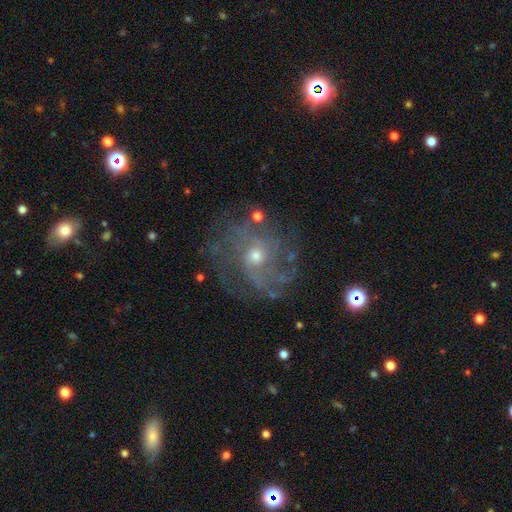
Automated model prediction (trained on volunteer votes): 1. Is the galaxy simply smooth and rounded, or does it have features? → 71% featured or disk, 17% star or artifact, 12% smooth.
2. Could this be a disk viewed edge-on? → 96% no, 4% yes.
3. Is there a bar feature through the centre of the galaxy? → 62% no, 30% weak, 8% strong.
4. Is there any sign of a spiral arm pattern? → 90% yes, 10% no.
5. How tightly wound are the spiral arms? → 57% tight, 32% medium, 11% loose.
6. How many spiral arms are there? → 41% can't tell, 20% 2, 16% 3, 10% 4, 7% 1, 7% more than 4.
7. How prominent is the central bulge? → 53% small, 42% moderate, 2% large, 2% none, 1% dominant.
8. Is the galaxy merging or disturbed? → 76% none, 14% minor disturbance, 8% major disturbance, 2% merger.